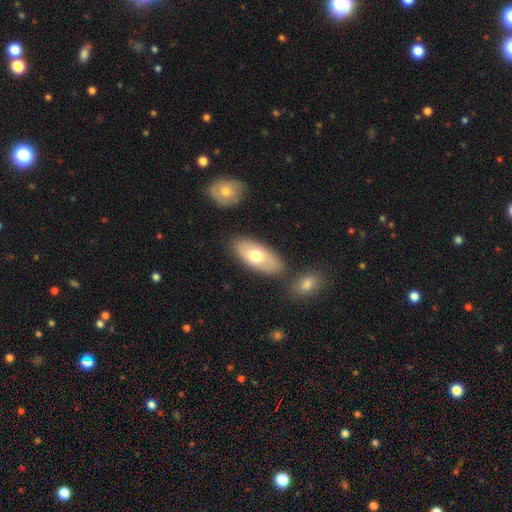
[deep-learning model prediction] Smooth or featured: smooth — 67% (featured or disk — 27%)
How rounded: in between — 90% (cigar-shaped — 6%)
Merging: none — 77% (minor disturbance — 12%)